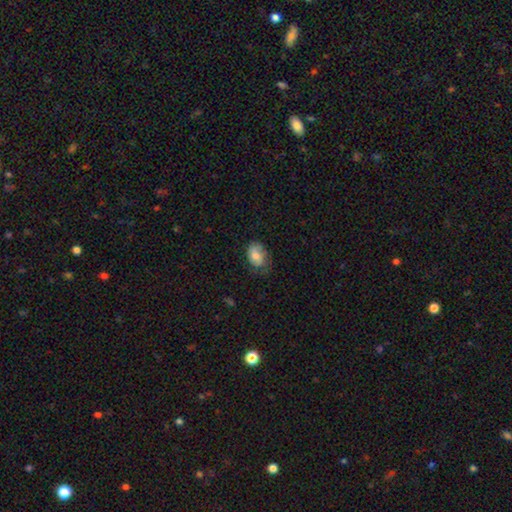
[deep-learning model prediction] This is likely a smooth galaxy (74%). How rounded: clearly in between (84%). Merging: possibly none (57%).